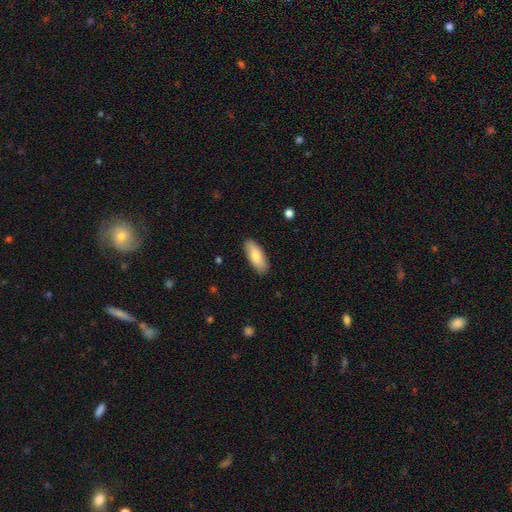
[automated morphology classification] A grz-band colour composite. It shows a smooth galaxy with no disk features (78%) that is in between round and cigar-shaped (82%). Merging: none (88%).